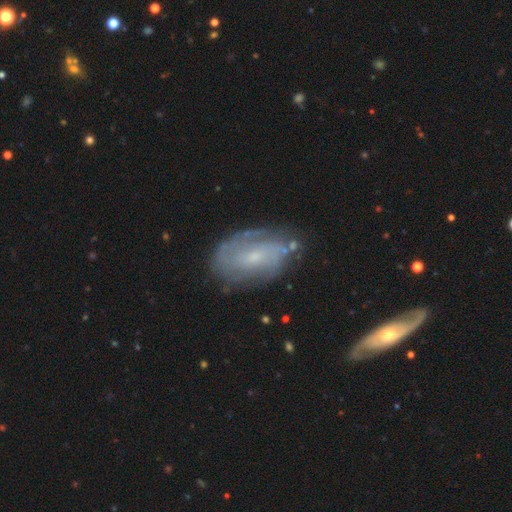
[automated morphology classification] type=featured or disk (74%); edge-on=no (94%); bar=no (57%); spiral arms=yes (86%); winding=tight (51%); arm count=can't tell (41%); bulge=small (72%); merging=none (66%).